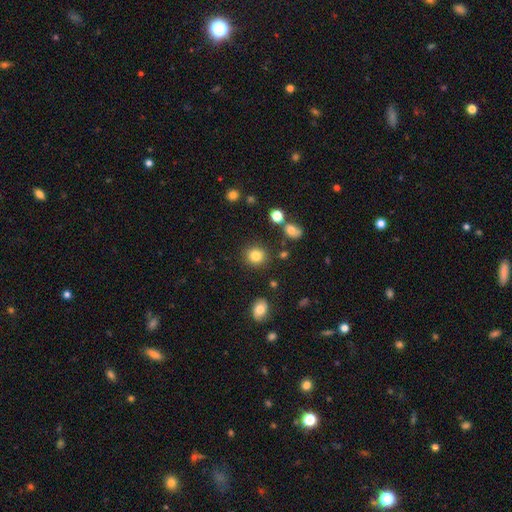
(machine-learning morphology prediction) A smooth galaxy with no disk features (82%) that is round (85%). Merging: none (87%).